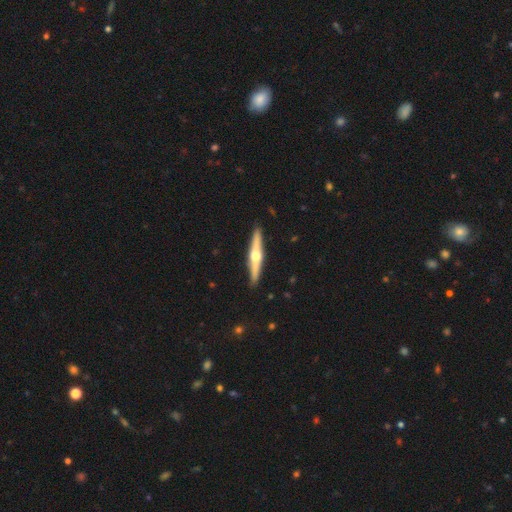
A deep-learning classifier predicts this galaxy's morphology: Smooth or featured: featured or disk — 72% (smooth — 23%)
Edge-on disk: yes — 97% (no — 3%)
Edge-on bulge: rounded — 95% (none — 2%)
Merging: none — 91% (minor disturbance — 6%)